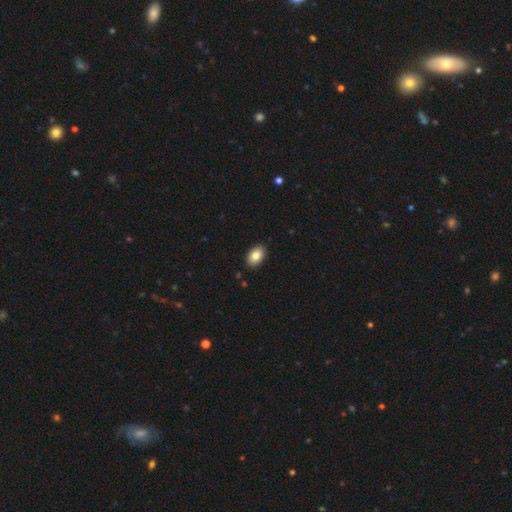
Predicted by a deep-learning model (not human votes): Smooth or featured? smooth (85%)
How rounded? in between (91%)
Merging? none (90%)